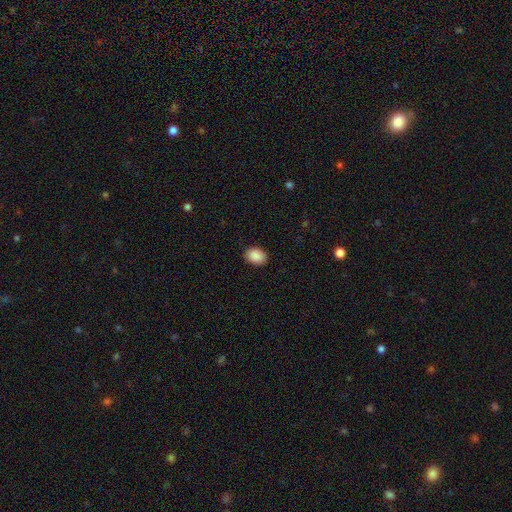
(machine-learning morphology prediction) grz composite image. It shows a smooth galaxy with no disk features (90%) that is in between round and cigar-shaped (73%). Merging: none (89%).